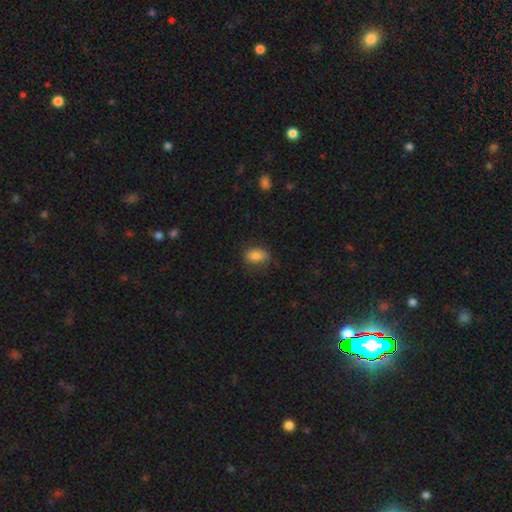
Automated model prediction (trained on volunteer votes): This is clearly a smooth galaxy (84%). How rounded: clearly in between (85%). Merging: likely none (74%).